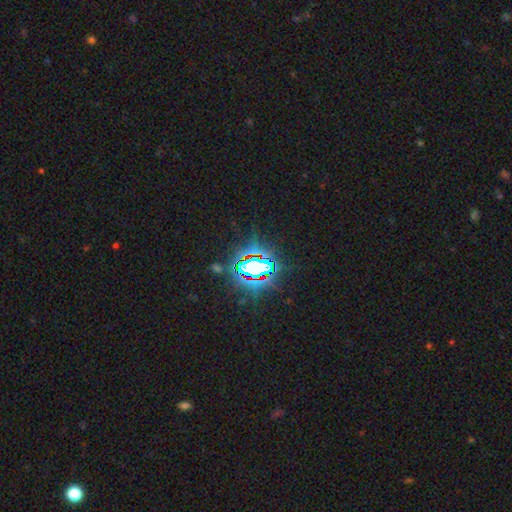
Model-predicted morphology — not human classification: Q: Smooth or featured?
A: star or artifact (83%); runner-up: smooth (10%)